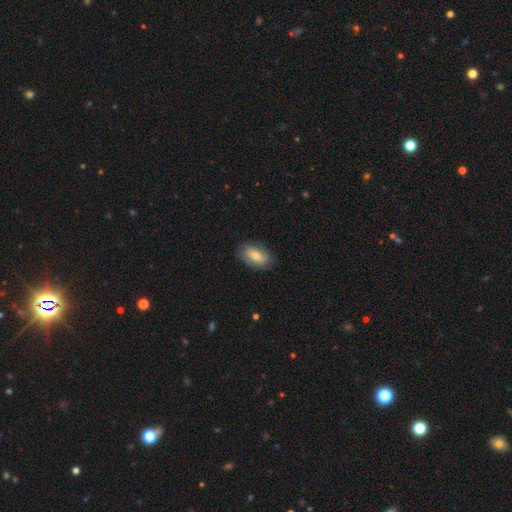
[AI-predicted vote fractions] Smooth or featured? smooth (71%)
How rounded? in between (90%)
Merging? none (84%)